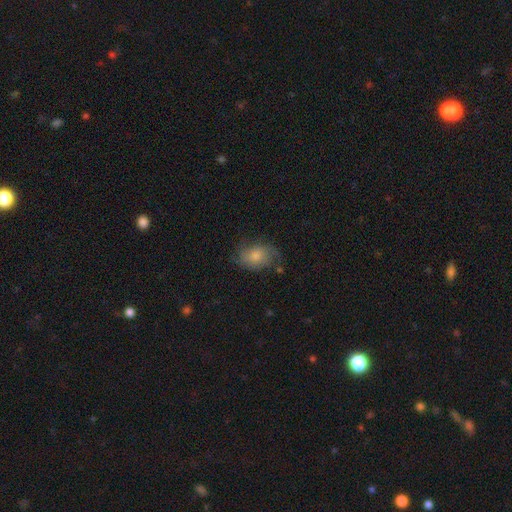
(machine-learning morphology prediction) Smooth or featured: smooth — 61% (featured or disk — 30%)
How rounded: in between — 76% (round — 23%)
Merging: none — 55% (minor disturbance — 28%)